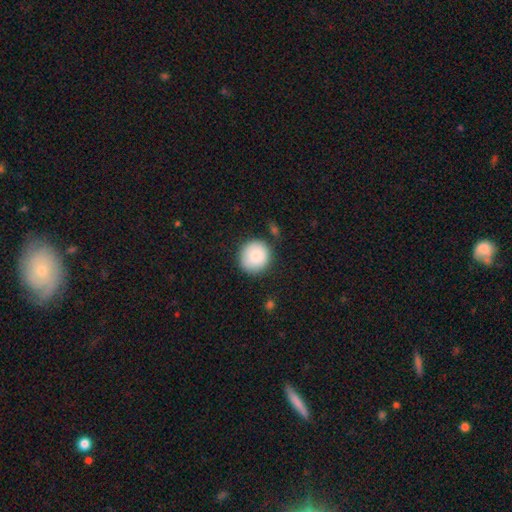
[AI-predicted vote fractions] smooth-or-featured: smooth: 85% | featured or disk: 8% | star or artifact: 7%
  how-rounded: round: 91% | in between: 8% | cigar-shaped: 1%
  merging: none: 80% | minor disturbance: 13% | merger: 3% | major disturbance: 3%